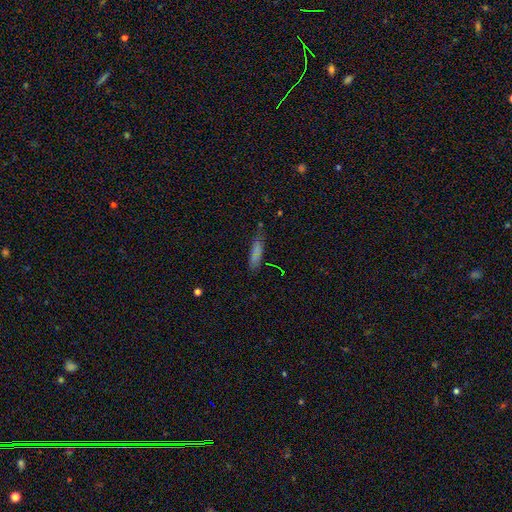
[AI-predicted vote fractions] smooth 60%, featured or disk 23%, star or artifact 17%. Down the decision tree: how rounded — cigar-shaped (79%); merging — none (69%).